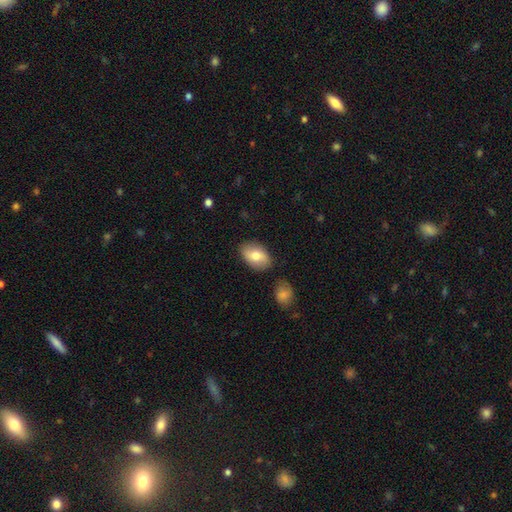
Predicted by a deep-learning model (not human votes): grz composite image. It shows a smooth galaxy with no disk features (74%) that is in between round and cigar-shaped (90%). Merging: none (81%).